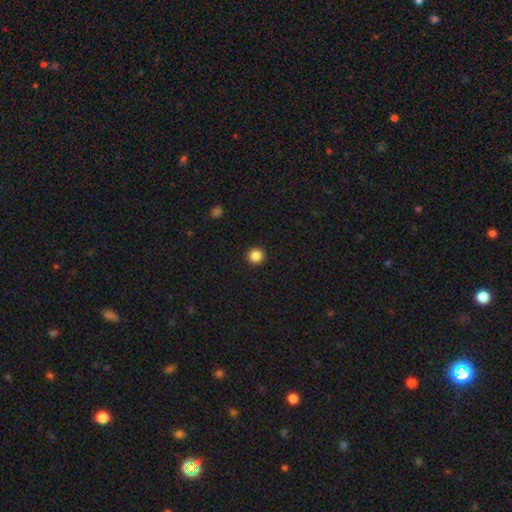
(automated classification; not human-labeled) Q: Smooth or featured?
A: smooth (86%); runner-up: star or artifact (11%)
Q: How rounded?
A: round (95%); runner-up: in between (4%)
Q: Merging?
A: none (93%); runner-up: minor disturbance (4%)